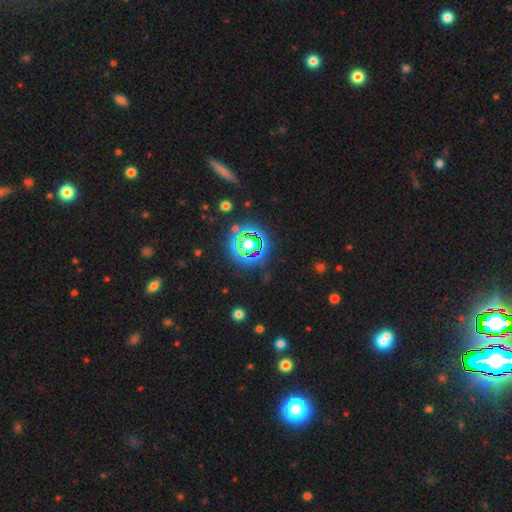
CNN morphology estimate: Smooth or featured? star or artifact (70%)